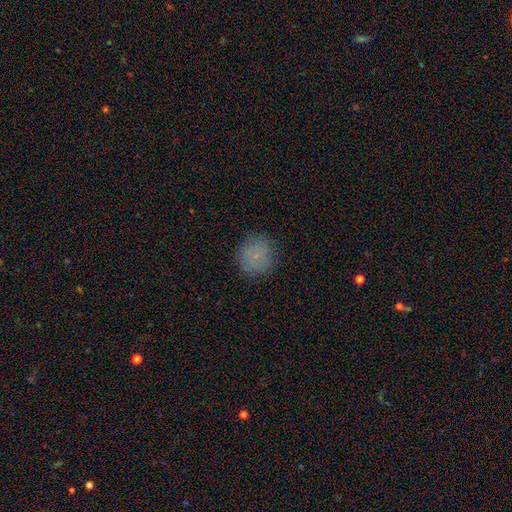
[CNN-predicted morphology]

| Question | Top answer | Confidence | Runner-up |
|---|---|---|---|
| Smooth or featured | smooth | 78% | star or artifact (12%) |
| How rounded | round | 90% | in between (9%) |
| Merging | none | 83% | minor disturbance (12%) |